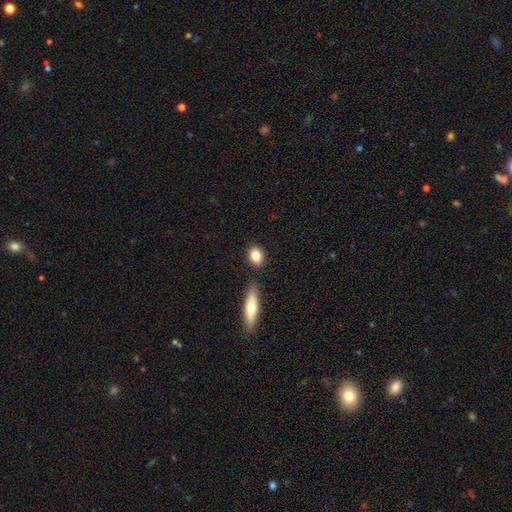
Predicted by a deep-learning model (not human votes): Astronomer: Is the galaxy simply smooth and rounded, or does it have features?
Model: smooth — 84%.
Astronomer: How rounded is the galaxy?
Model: in between — 60% (runner-up: round, 36%).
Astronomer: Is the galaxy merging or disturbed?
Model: none — 81%.